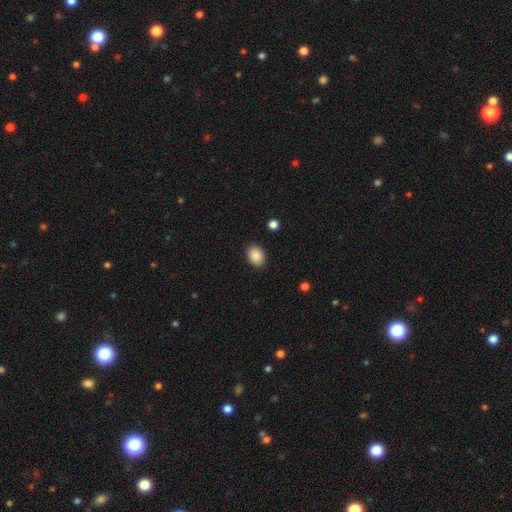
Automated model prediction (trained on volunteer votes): Morphology: type=smooth (89%); roundness=in between (68%); merging=none (89%).